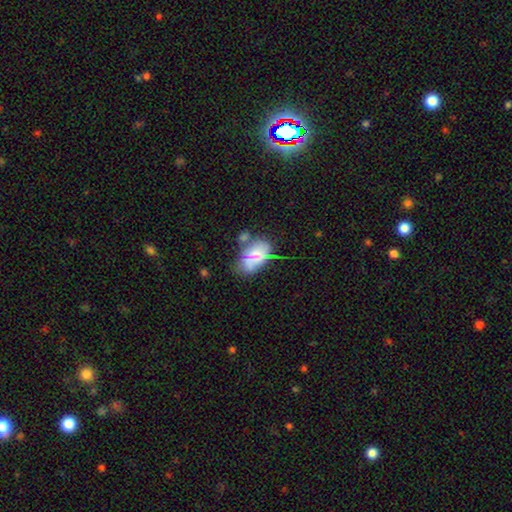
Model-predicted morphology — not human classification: smooth_or_featured: smooth (p=0.55) [alt: featured or disk p=0.33]
how_rounded: in between (p=0.88) [alt: round p=0.09]
merging: none (p=0.32) [alt: minor disturbance p=0.27]